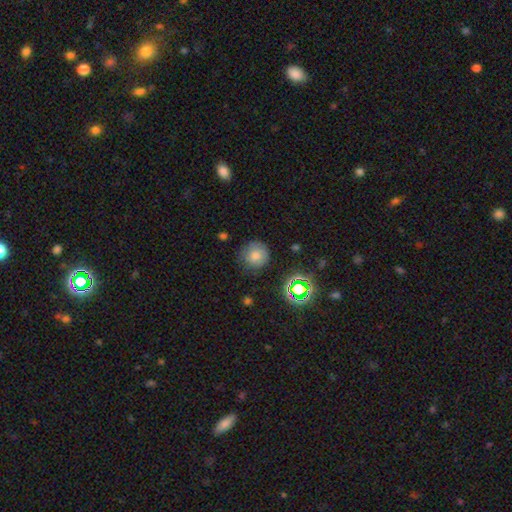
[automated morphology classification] type=smooth (76%); roundness=round (93%); merging=none (79%).